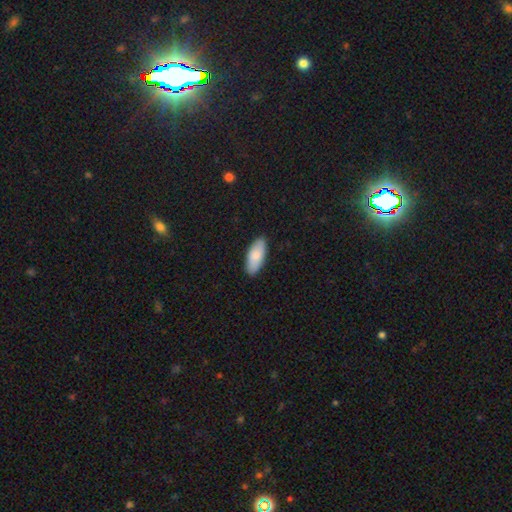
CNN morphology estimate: smooth_or_featured: smooth (p=0.84) [alt: featured or disk p=0.11]
how_rounded: in between (p=0.87) [alt: cigar-shaped p=0.11]
merging: none (p=0.88) [alt: minor disturbance p=0.09]